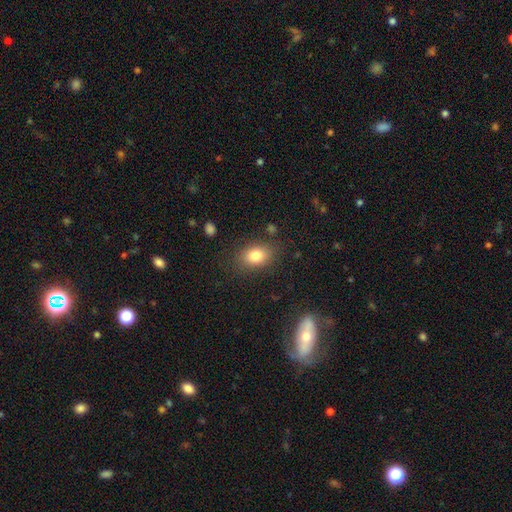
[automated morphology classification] type=smooth (80%); roundness=in between (73%); merging=none (81%).